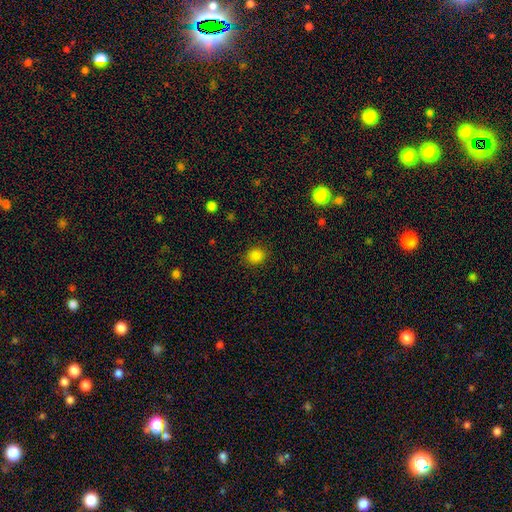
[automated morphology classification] Smooth or featured: smooth — 84% (star or artifact — 13%)
How rounded: round — 76% (in between — 23%)
Merging: none — 89% (minor disturbance — 8%)